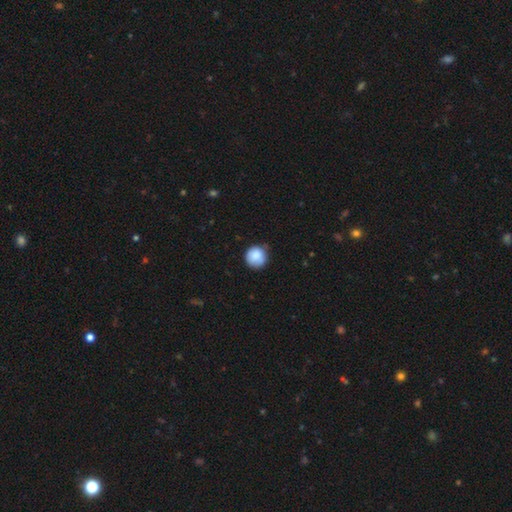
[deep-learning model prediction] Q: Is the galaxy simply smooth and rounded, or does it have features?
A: smooth — 85%.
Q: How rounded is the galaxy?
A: round — 93%.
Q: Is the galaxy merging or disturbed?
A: none — 74%.